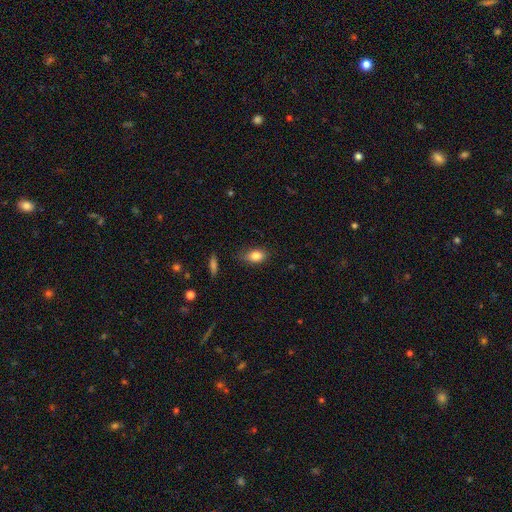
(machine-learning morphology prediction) smooth 83%, star or artifact 9%, featured or disk 8%. Down the decision tree: how rounded — in between (81%); merging — none (73%).